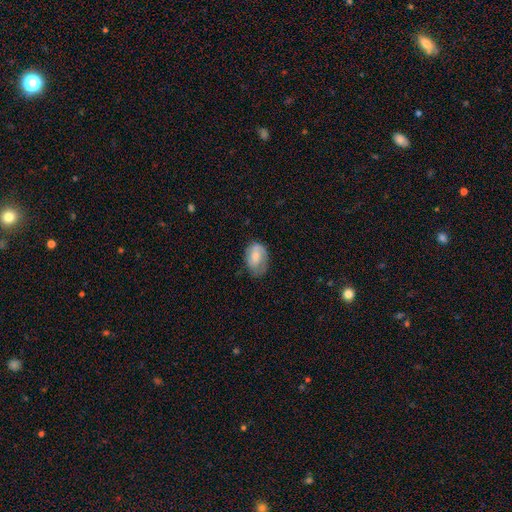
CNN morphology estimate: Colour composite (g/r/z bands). It shows a smooth galaxy with no disk features (60%) that is in between round and cigar-shaped (81%). Merging: none (56%).